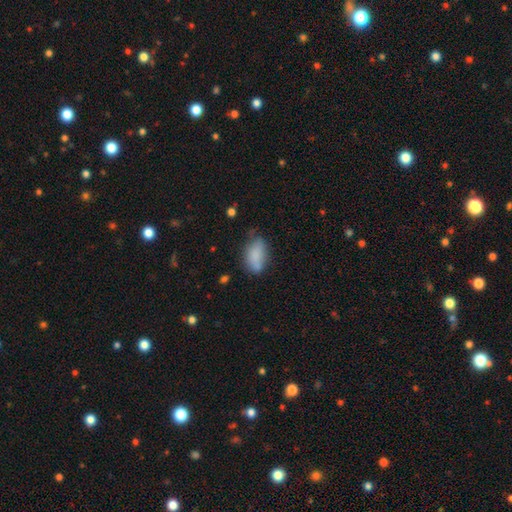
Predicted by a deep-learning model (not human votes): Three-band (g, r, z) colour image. It shows a smooth galaxy with no disk features (81%) that is in between round and cigar-shaped (90%). Merging: none (54%).